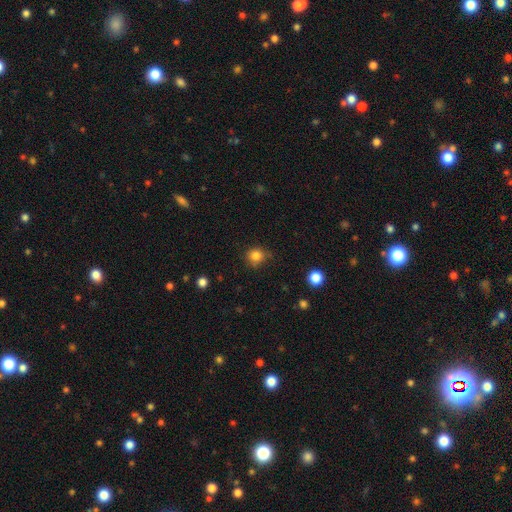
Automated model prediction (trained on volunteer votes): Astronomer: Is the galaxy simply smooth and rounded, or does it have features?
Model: smooth — 83%.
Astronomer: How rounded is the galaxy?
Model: round — 86%.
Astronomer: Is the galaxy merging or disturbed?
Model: none — 75%.